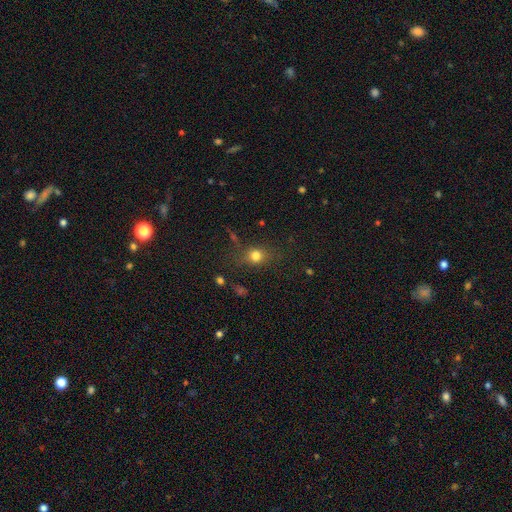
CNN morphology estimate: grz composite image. It shows a smooth galaxy with no disk features (74%) that is round (61%). Merging: none (74%).